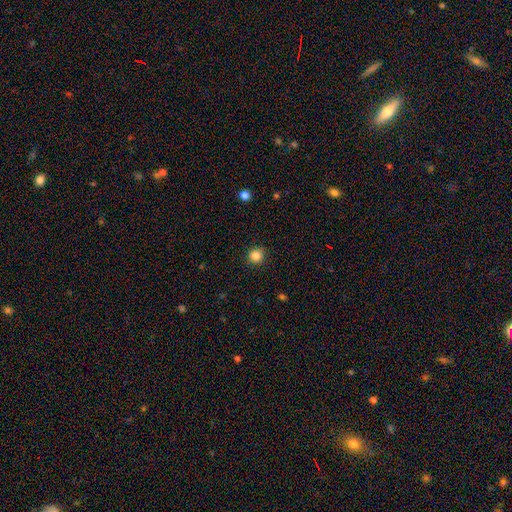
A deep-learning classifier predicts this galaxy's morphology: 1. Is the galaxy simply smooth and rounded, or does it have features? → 85% smooth, 11% star or artifact, 4% featured or disk.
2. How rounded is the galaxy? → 91% round, 8% in between, 1% cigar-shaped.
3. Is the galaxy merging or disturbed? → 90% none, 7% minor disturbance, 2% major disturbance, 1% merger.